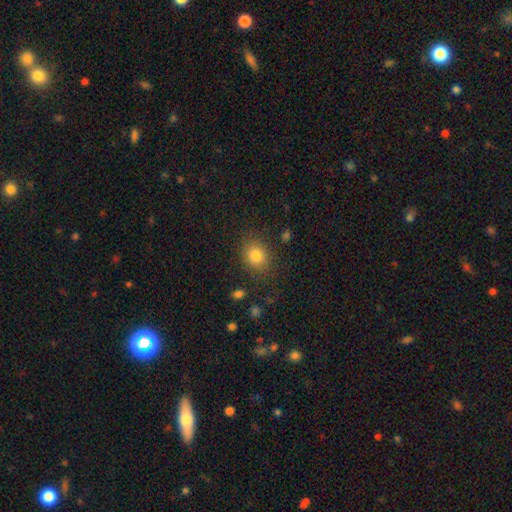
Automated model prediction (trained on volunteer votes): This is clearly a smooth galaxy (82%). How rounded: likely round (63%). Merging: clearly none (82%).